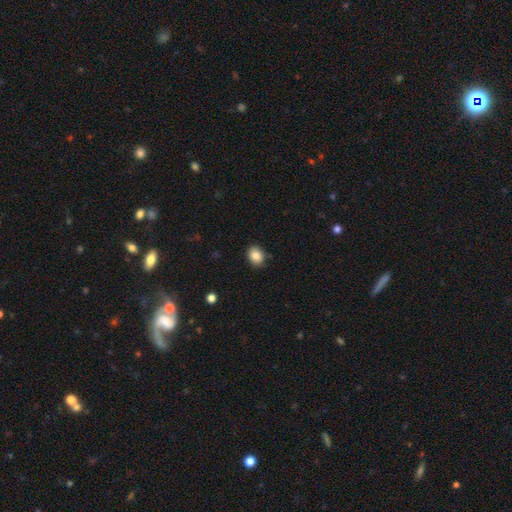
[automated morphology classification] A smooth galaxy with no disk features (86%) that is in between round and cigar-shaped (50%). Merging: none (84%).